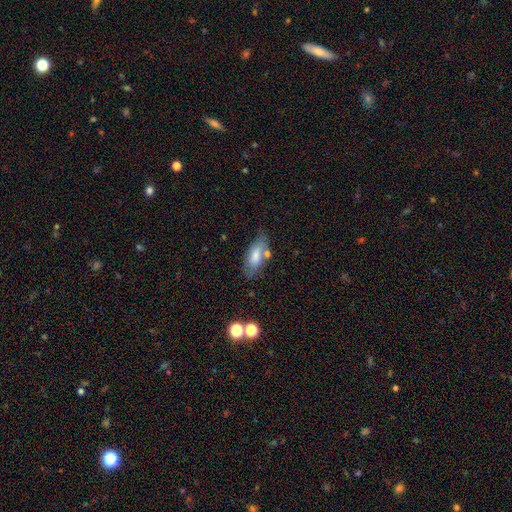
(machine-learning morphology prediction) This appears to be a smooth galaxy with no disk features (71%) that is in between round and cigar-shaped (82%). Merging: none (60%).